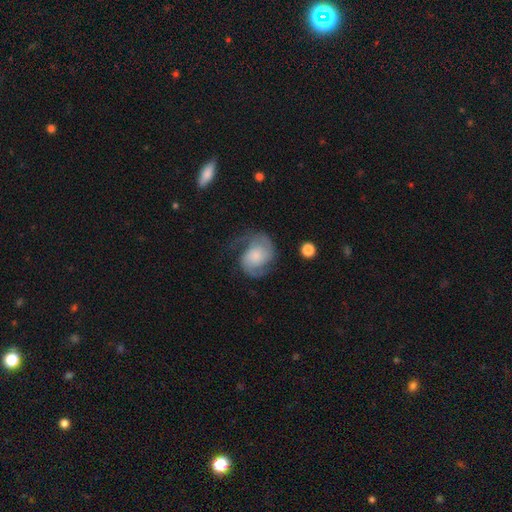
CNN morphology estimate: Q: Smooth or featured?
A: featured or disk (79%); runner-up: smooth (15%)
Q: Edge-on disk?
A: no (98%); runner-up: yes (2%)
Q: Bar?
A: no (69%); runner-up: weak (26%)
Q: Spiral arms?
A: yes (95%); runner-up: no (5%)
Q: Spiral winding?
A: medium (49%); runner-up: loose (29%)
Q: Spiral arm count?
A: 2 (89%); runner-up: can't tell (4%)
Q: Bulge size?
A: small (35%); runner-up: moderate (25%)
Q: Merging?
A: none (60%); runner-up: minor disturbance (20%)